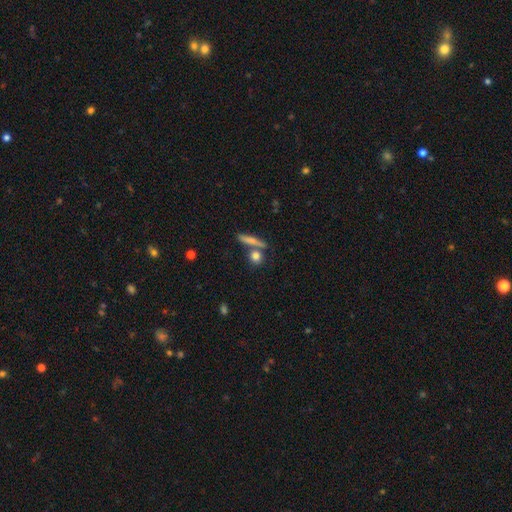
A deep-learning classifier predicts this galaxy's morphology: Overall: smooth (78%). How rounded: round (65%). Merging: none (66%).